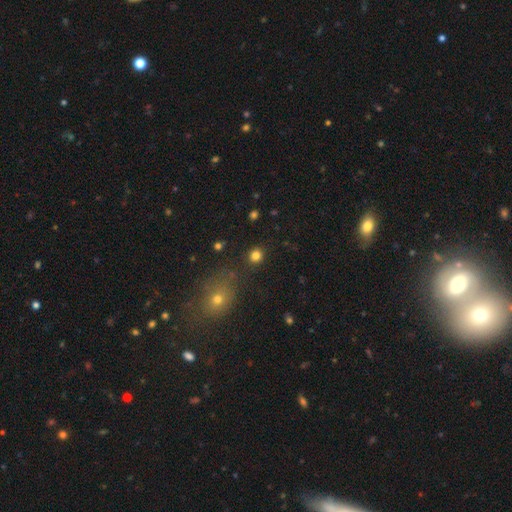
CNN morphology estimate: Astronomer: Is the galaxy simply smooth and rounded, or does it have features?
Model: smooth — 82%.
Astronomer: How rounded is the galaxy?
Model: round — 84%.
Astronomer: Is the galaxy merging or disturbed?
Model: none — 86%.